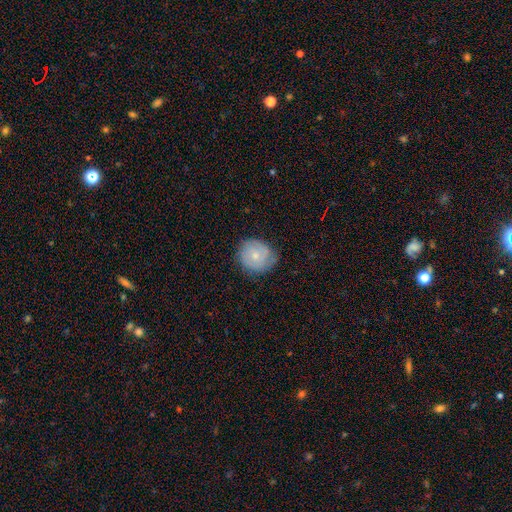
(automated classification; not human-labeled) Smooth or featured?
  - smooth: 51% *
  - featured or disk: 42%
  - star or artifact: 7%
How rounded?
  - round: 84% *
  - in between: 16%
  - cigar-shaped: 1%
Merging?
  - none: 72% *
  - minor disturbance: 21%
  - major disturbance: 5%
  - merger: 1%